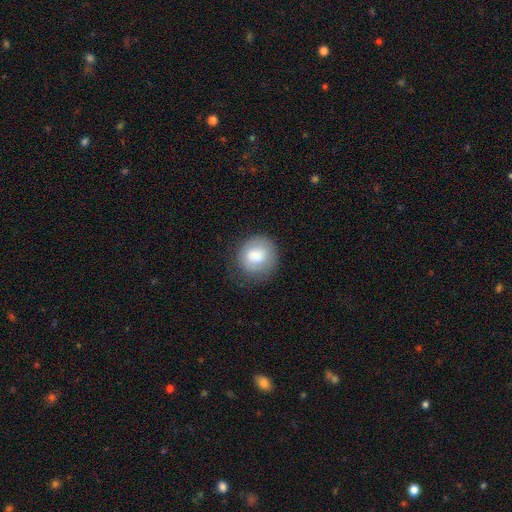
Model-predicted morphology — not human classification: Smooth or featured? smooth (76%)
How rounded? round (87%)
Merging? none (73%)